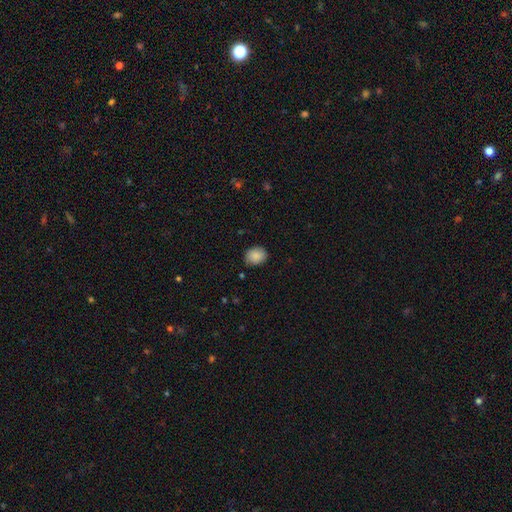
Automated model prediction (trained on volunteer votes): This is clearly a smooth galaxy (88%). How rounded: possibly round (55%). Merging: clearly none (81%).